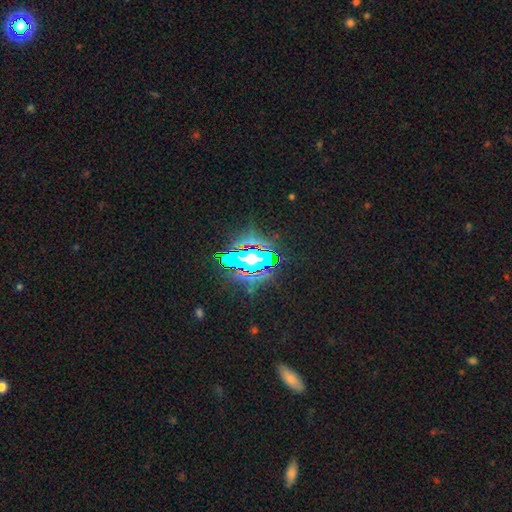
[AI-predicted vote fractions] Q: Smooth or featured?
A: star or artifact (63%); runner-up: smooth (19%)